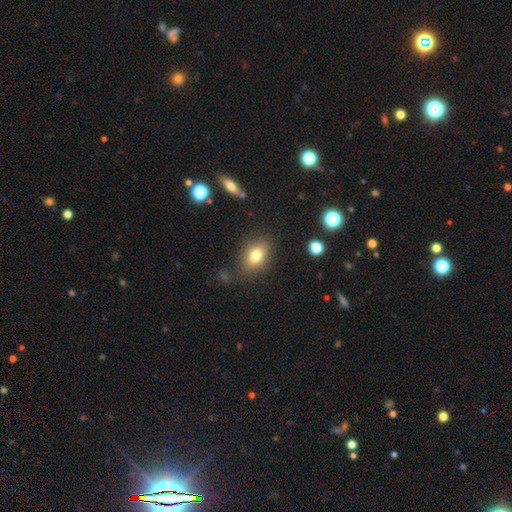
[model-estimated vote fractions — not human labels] A smooth galaxy with no disk features (79%) that is in between round and cigar-shaped (67%).

Vote fractions:
- Smooth or featured? smooth: 79% / star or artifact: 11% / featured or disk: 10%
- How rounded? in between: 67% / round: 31% / cigar-shaped: 2%
- Merging? none: 80% / minor disturbance: 13% / major disturbance: 4% / merger: 3%